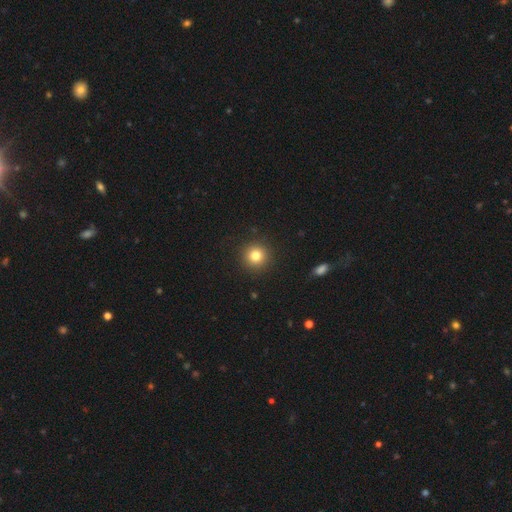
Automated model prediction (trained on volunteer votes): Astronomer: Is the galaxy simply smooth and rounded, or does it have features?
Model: smooth — 81%.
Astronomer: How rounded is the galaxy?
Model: round — 95%.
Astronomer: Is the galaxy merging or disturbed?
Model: none — 92%.